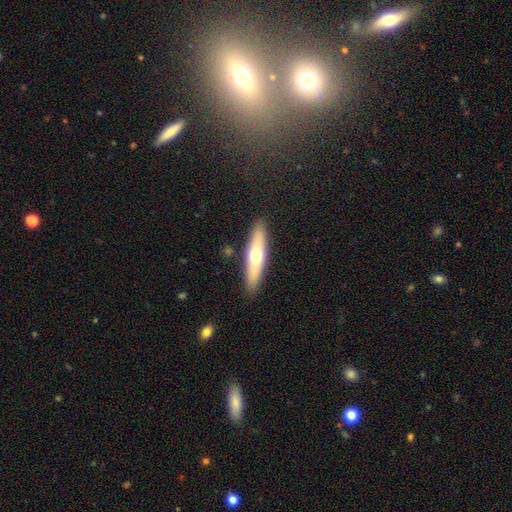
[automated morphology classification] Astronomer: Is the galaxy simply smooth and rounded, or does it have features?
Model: smooth — 54% (runner-up: featured or disk, 41%).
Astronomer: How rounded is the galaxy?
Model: cigar-shaped — 78%.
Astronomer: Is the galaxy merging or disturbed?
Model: none — 89%.